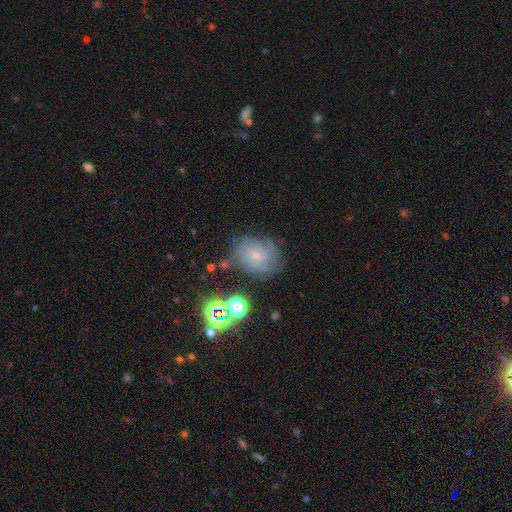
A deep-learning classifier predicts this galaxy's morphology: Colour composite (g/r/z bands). It shows a featured or disk galaxy (59%) with no bar (70%), spiral arms (88%) and a small central bulge (69%). Merging: none (68%).